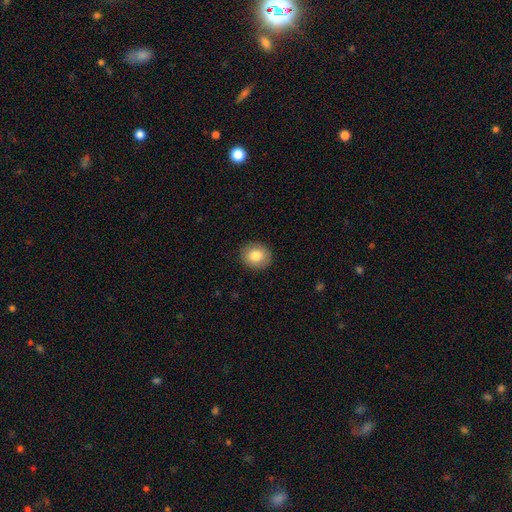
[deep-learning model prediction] smooth 81%, featured or disk 10%, star or artifact 8%. Down the decision tree: how rounded — round (69%); merging — none (90%).